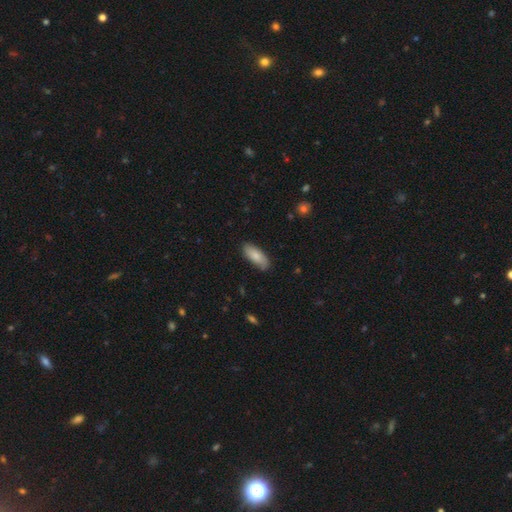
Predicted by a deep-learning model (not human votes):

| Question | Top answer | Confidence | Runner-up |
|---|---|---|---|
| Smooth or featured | smooth | 81% | featured or disk (13%) |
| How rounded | in between | 78% | cigar-shaped (20%) |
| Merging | none | 82% | minor disturbance (14%) |